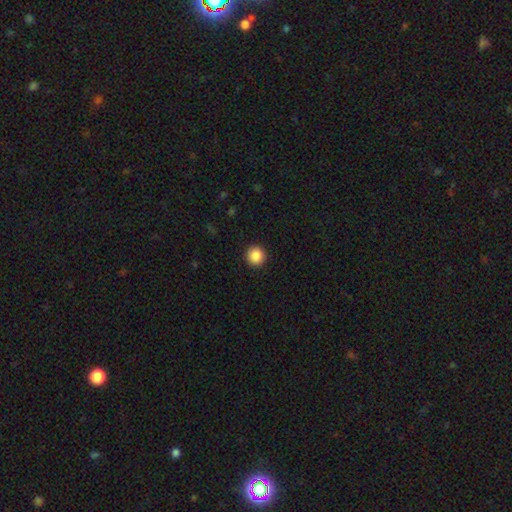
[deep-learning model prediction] This is clearly a smooth galaxy (88%). How rounded: clearly round (94%). Merging: clearly none (93%).